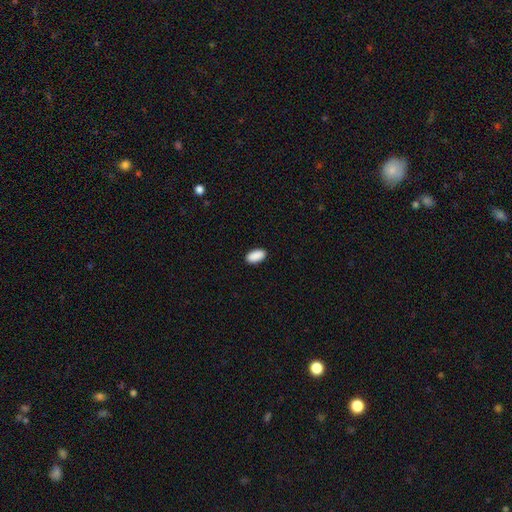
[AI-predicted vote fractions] A smooth galaxy with no disk features (91%) that is in between round and cigar-shaped (94%). Merging: none (90%).